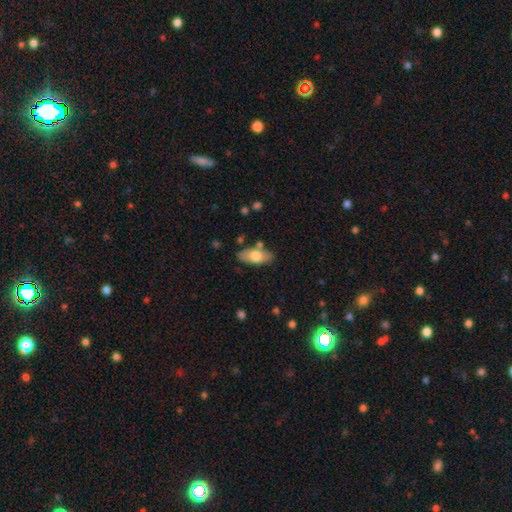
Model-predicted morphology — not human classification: Q: Smooth or featured?
A: smooth (69%); runner-up: featured or disk (25%)
Q: How rounded?
A: in between (88%); runner-up: cigar-shaped (9%)
Q: Merging?
A: none (77%); runner-up: minor disturbance (14%)